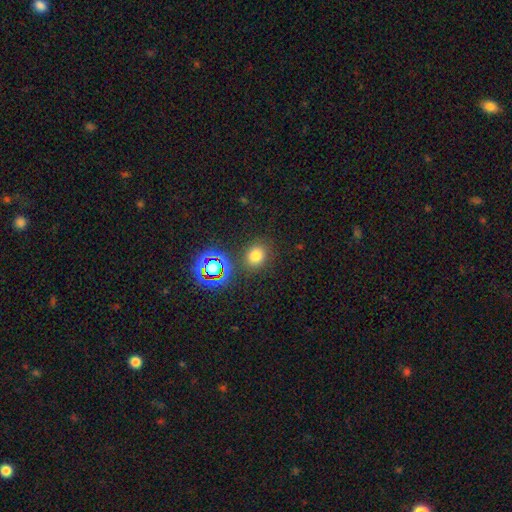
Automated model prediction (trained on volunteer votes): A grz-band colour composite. It shows a smooth galaxy with no disk features (71%) that is round (72%). Merging: none (84%).